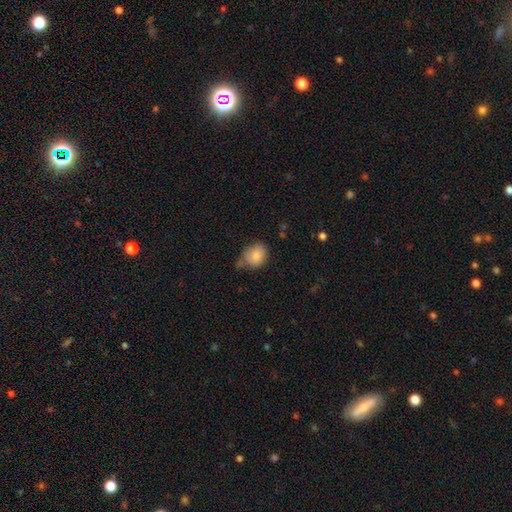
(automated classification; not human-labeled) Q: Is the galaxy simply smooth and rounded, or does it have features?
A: smooth — 81%.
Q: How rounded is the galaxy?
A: round — 50%.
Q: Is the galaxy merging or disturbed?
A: none — 51%.